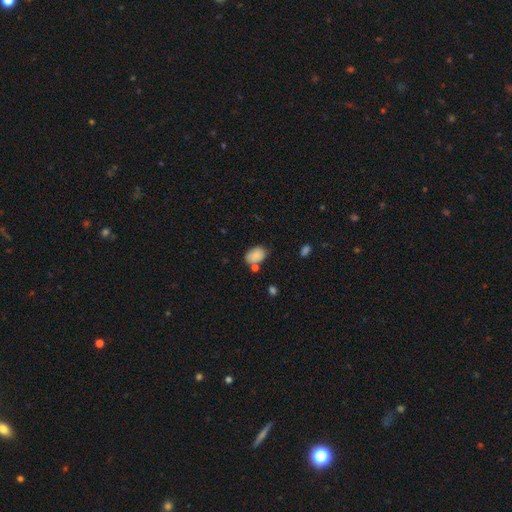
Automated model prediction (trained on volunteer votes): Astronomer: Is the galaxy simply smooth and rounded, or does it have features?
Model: smooth — 85%.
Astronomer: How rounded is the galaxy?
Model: in between — 80%.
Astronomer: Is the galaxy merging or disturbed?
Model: none — 62%.